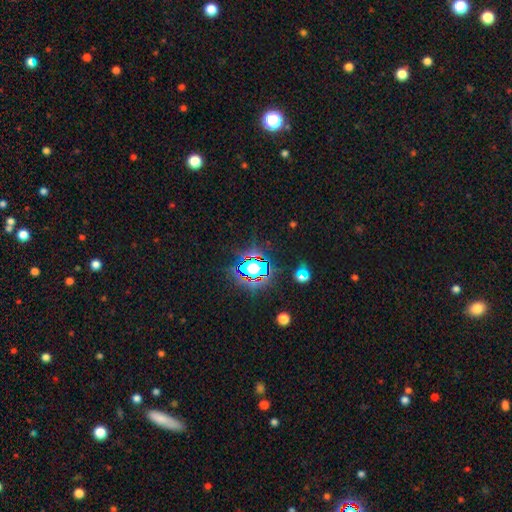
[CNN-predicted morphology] This appears to be a star or artifact, not a galaxy (79%).